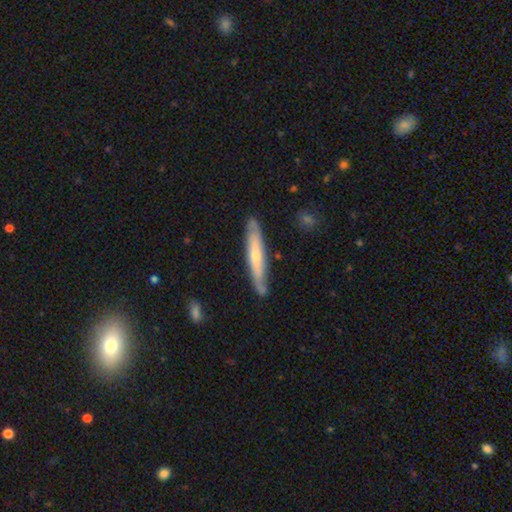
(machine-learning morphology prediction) Smooth or featured? Predicted: featured or disk (p=0.51). Edge-on disk? Predicted: yes (p=0.73). Merging? Predicted: none (p=0.79).